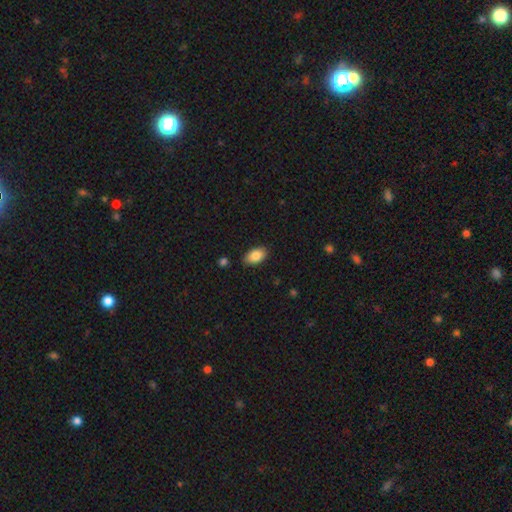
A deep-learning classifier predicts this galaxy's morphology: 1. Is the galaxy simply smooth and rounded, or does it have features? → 85% smooth, 8% featured or disk, 7% star or artifact.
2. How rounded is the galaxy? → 93% in between, 6% round, 2% cigar-shaped.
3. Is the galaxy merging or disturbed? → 86% none, 10% minor disturbance, 2% major disturbance, 2% merger.